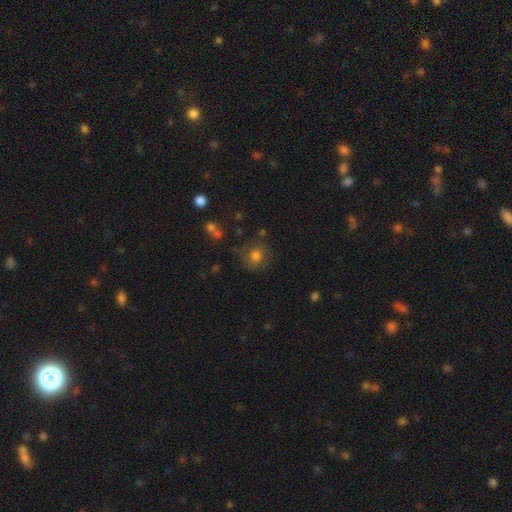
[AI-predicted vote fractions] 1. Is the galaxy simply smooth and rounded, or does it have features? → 71% smooth, 15% featured or disk, 13% star or artifact.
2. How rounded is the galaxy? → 84% round, 15% in between, 1% cigar-shaped.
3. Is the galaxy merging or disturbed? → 71% none, 17% minor disturbance, 8% major disturbance, 4% merger.